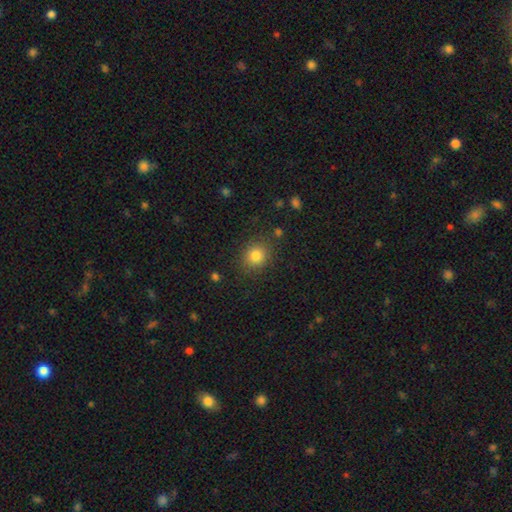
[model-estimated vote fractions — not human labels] smooth_or_featured: smooth (p=0.83) [alt: star or artifact p=0.11]
how_rounded: round (p=0.77) [alt: in between p=0.23]
merging: none (p=0.85) [alt: minor disturbance p=0.10]